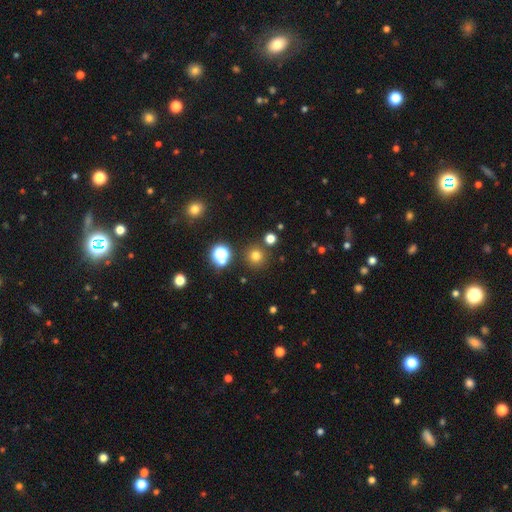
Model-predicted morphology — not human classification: Smooth or featured: smooth — 70% (star or artifact — 23%)
How rounded: round — 94% (in between — 5%)
Merging: none — 86% (minor disturbance — 7%)